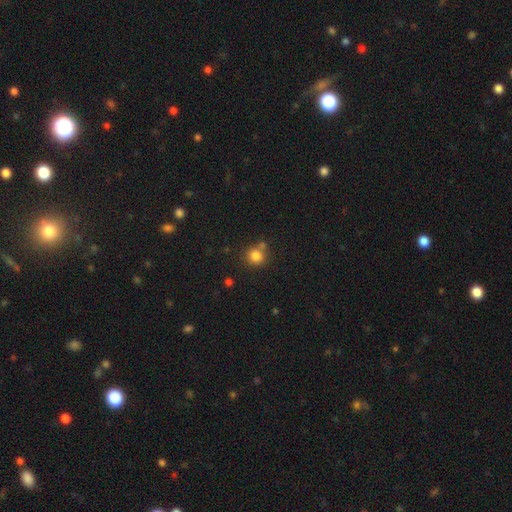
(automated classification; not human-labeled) A smooth galaxy with no disk features (82%) that is round (87%).

Vote fractions:
- Smooth or featured? smooth: 82% / star or artifact: 12% / featured or disk: 6%
- How rounded? round: 87% / in between: 12% / cigar-shaped: 1%
- Merging? none: 67% / merger: 18% / minor disturbance: 12% / major disturbance: 4%